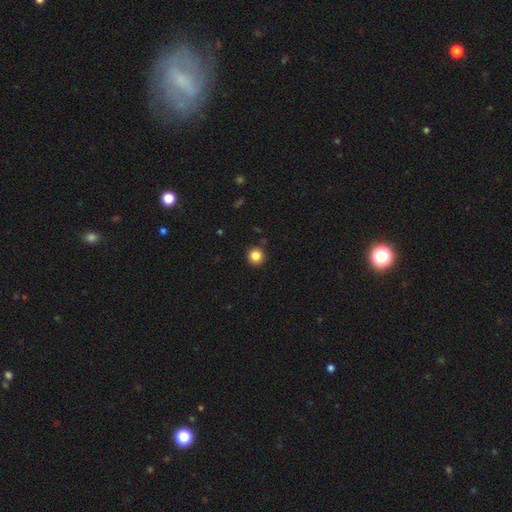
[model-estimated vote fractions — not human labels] smooth_or_featured: smooth (p=0.85) [alt: star or artifact p=0.11]
how_rounded: round (p=0.95) [alt: in between p=0.04]
merging: none (p=0.91) [alt: minor disturbance p=0.06]